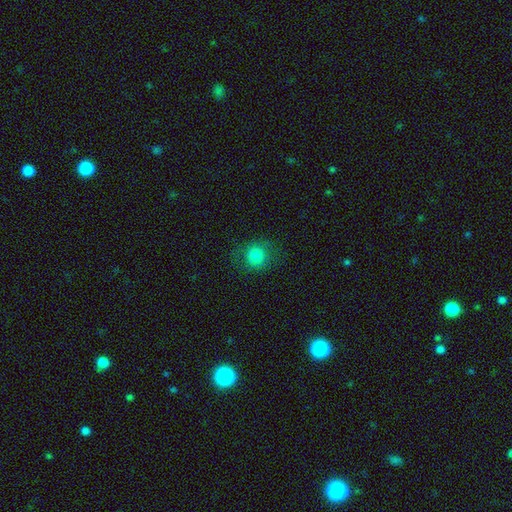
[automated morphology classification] smooth-or-featured: smooth: 81% | star or artifact: 11% | featured or disk: 8%
  how-rounded: round: 89% | in between: 10% | cigar-shaped: 1%
  merging: none: 81% | minor disturbance: 12% | major disturbance: 5% | merger: 1%